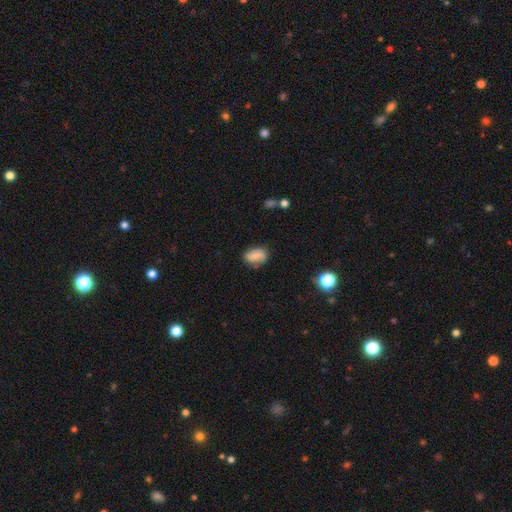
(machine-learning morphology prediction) type=smooth (72%); roundness=in between (84%); merging=none (69%).